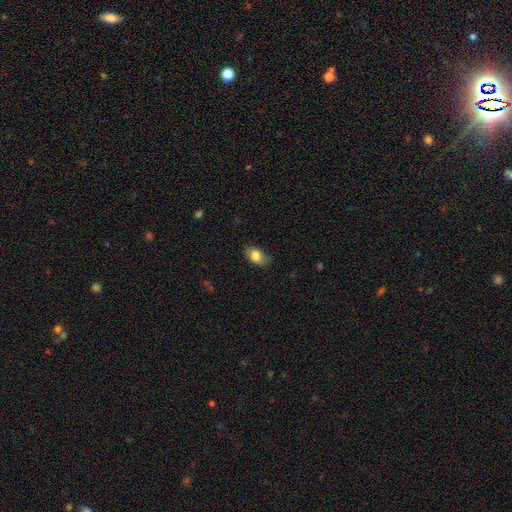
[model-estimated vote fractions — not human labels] smooth 81%, featured or disk 11%, star or artifact 7%. Down the decision tree: how rounded — in between (87%); merging — none (73%).